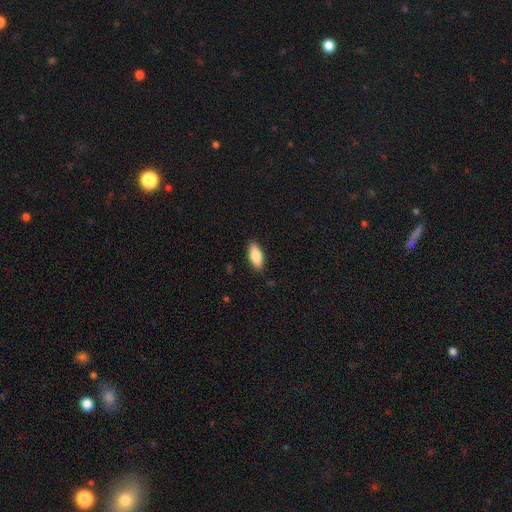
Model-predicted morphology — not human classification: Smooth or featured? Predicted: smooth (p=0.83). How rounded? Predicted: in between (p=0.82). Merging? Predicted: none (p=0.88).